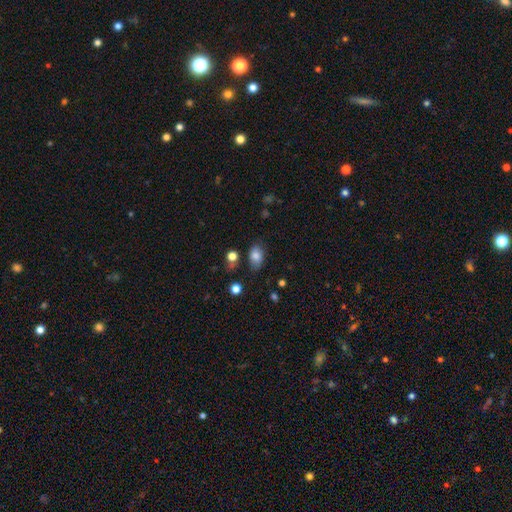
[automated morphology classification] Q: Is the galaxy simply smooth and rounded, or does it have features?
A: smooth — 81%.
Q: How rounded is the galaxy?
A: in between — 85%.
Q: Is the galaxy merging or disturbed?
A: none — 70%.